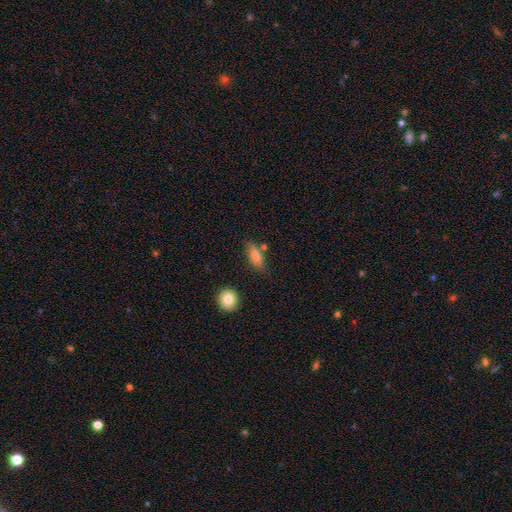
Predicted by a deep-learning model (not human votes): Smooth or featured: smooth — 76% (featured or disk — 16%)
How rounded: in between — 72% (cigar-shaped — 23%)
Merging: none — 74% (minor disturbance — 17%)